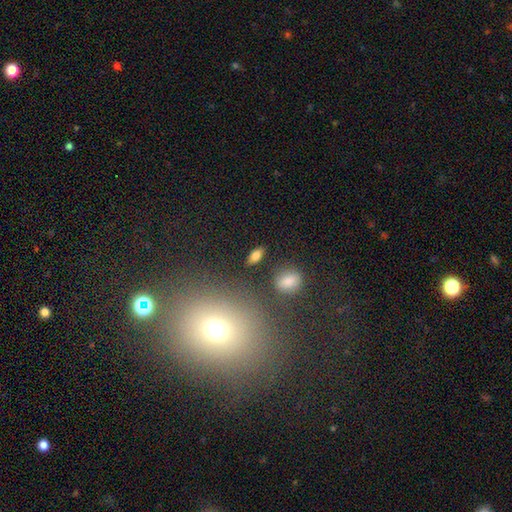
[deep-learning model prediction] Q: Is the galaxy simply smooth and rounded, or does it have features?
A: smooth — 76%.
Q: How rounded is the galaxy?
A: in between — 79%.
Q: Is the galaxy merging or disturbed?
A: none — 85%.